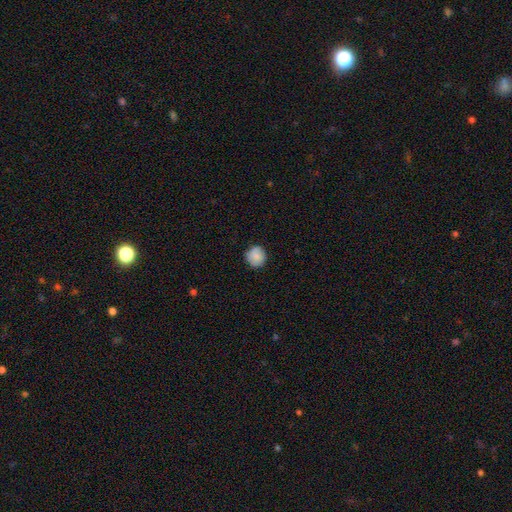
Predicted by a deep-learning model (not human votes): Smooth or featured? Predicted: smooth (p=0.84). How rounded? Predicted: round (p=0.91). Merging? Predicted: none (p=0.84).